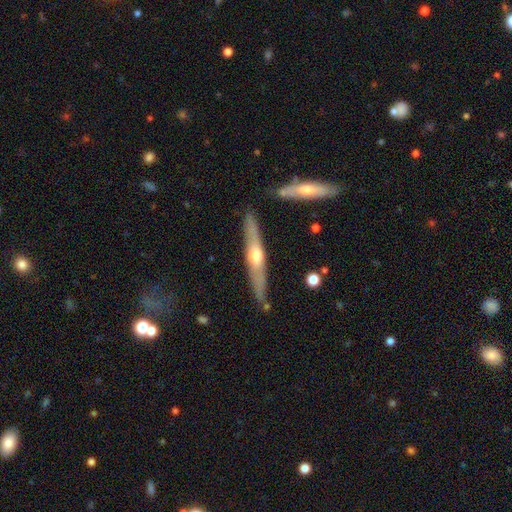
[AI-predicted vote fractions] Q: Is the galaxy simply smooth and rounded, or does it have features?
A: featured or disk — 65%.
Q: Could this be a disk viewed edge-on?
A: yes — 93%.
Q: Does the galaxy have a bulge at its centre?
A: rounded — 88%.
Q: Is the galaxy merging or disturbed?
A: none — 84%.